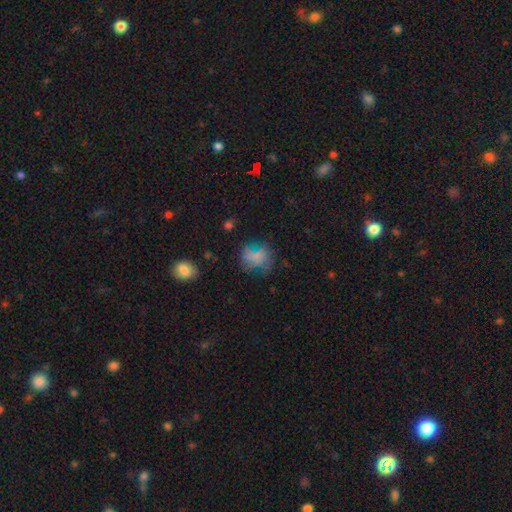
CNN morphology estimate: Smooth or featured? smooth (59%)
How rounded? round (71%)
Merging? none (56%)